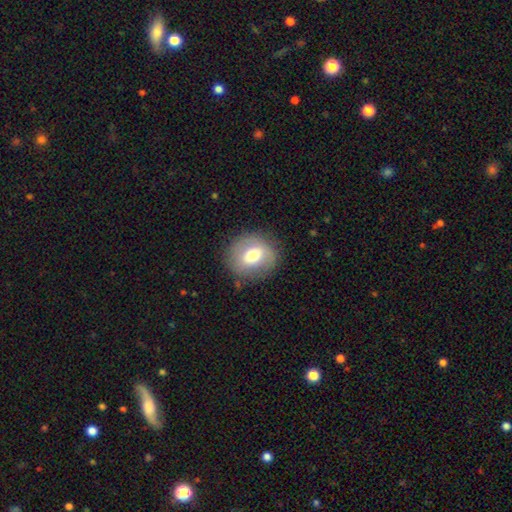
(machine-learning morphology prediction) type=smooth (53%); roundness=round (73%); merging=none (85%).